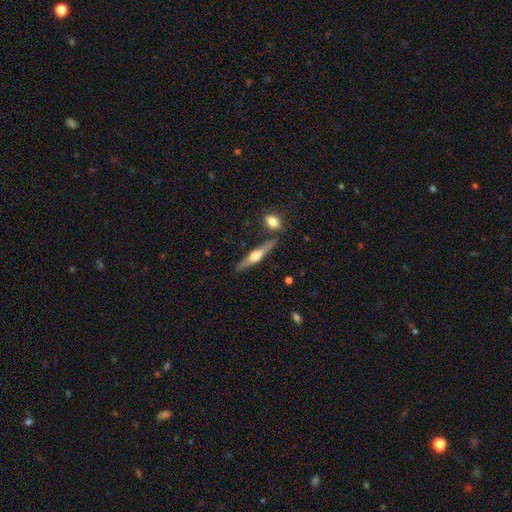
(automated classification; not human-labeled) smooth_or_featured: featured or disk (p=0.67) [alt: smooth p=0.27]
disk_edge_on: yes (p=0.96) [alt: no p=0.04]
edge_on_bulge: rounded (p=0.90) [alt: boxy p=0.07]
merging: none (p=0.81) [alt: minor disturbance p=0.10]